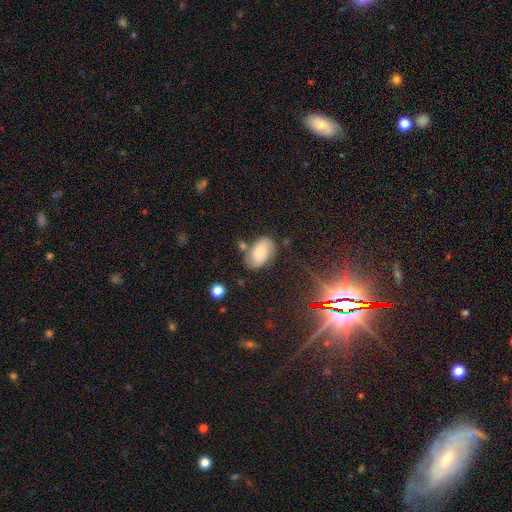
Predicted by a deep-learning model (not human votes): Smooth or featured?
  - smooth: 65% *
  - featured or disk: 25%
  - star or artifact: 10%
How rounded?
  - in between: 92% *
  - round: 7%
  - cigar-shaped: 2%
Merging?
  - none: 62% *
  - minor disturbance: 22%
  - merger: 9%
  - major disturbance: 7%